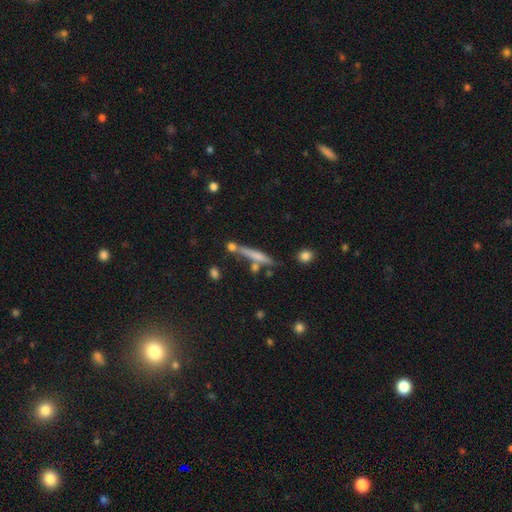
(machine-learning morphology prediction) smooth_or_featured: smooth (p=0.56) [alt: featured or disk p=0.36]
how_rounded: cigar-shaped (p=0.92) [alt: in between p=0.06]
merging: none (p=0.67) [alt: minor disturbance p=0.15]